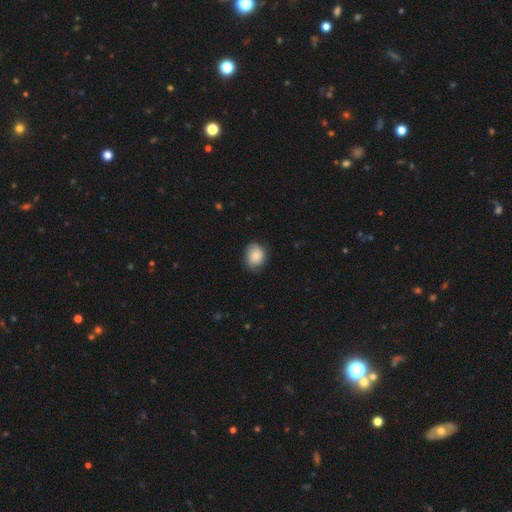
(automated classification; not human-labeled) Smooth or featured: smooth — 80% (featured or disk — 13%)
How rounded: round — 56% (in between — 43%)
Merging: none — 72% (minor disturbance — 23%)